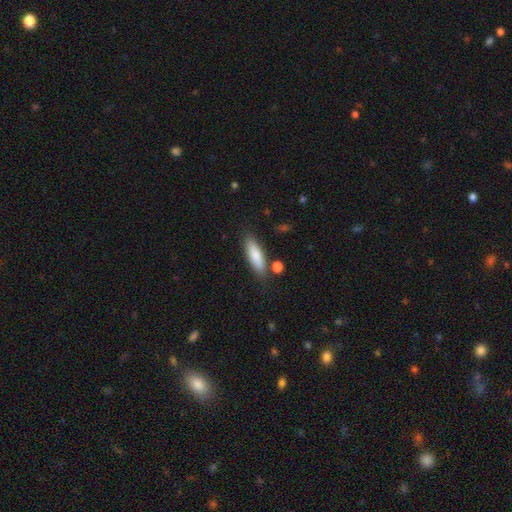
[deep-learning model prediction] Morphology: type=smooth (82%); roundness=cigar-shaped (53%); merging=none (80%).